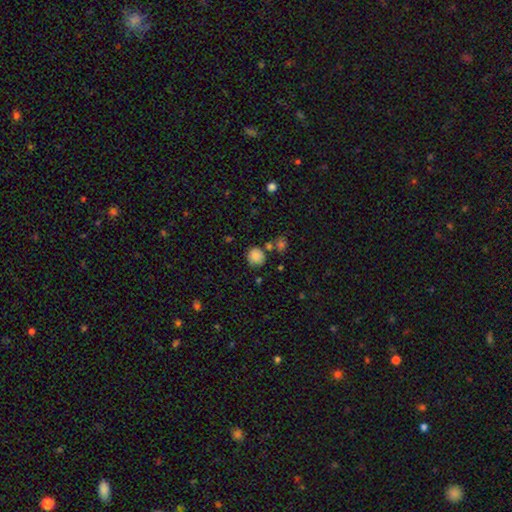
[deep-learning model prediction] smooth 85%, star or artifact 11%, featured or disk 4%. Down the decision tree: how rounded — round (87%); merging — none (74%).